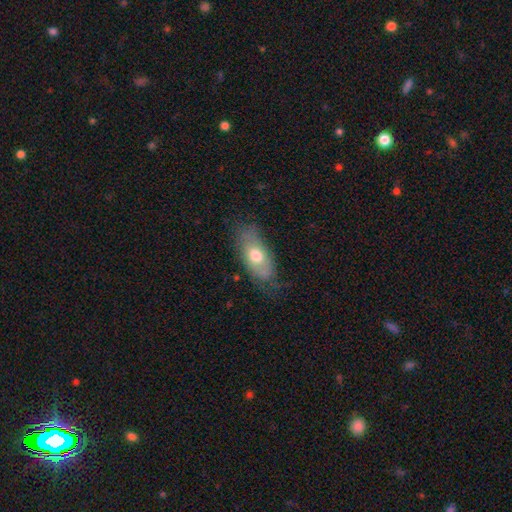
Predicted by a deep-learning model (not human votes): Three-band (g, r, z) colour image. It shows a smooth galaxy with no disk features (62%) that is in between round and cigar-shaped (86%). Merging: none (63%).